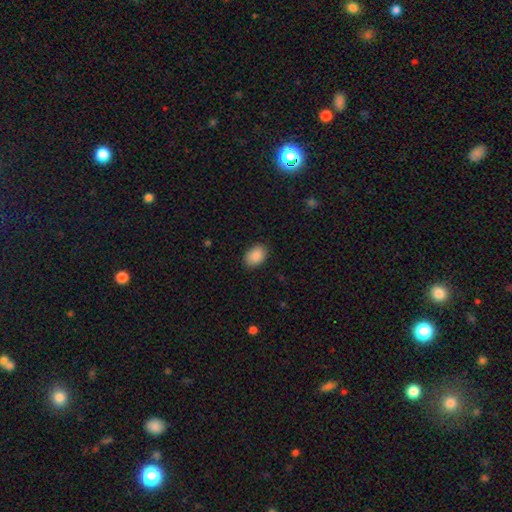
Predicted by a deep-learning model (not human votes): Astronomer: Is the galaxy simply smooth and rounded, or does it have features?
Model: smooth — 89%.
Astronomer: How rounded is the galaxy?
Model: in between — 83%.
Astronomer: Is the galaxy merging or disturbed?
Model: none — 87%.